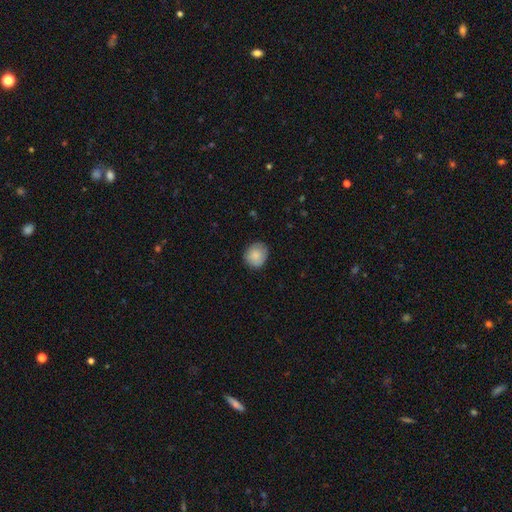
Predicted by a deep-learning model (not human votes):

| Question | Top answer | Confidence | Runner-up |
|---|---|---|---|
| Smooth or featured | smooth | 86% | star or artifact (7%) |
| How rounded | round | 78% | in between (21%) |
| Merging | none | 83% | minor disturbance (14%) |